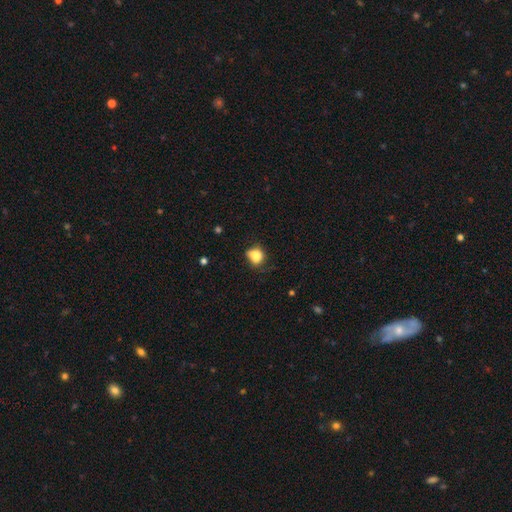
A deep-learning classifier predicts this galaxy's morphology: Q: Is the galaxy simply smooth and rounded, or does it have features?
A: smooth — 82%.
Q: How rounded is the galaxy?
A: round — 56%.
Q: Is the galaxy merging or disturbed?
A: none — 47%.